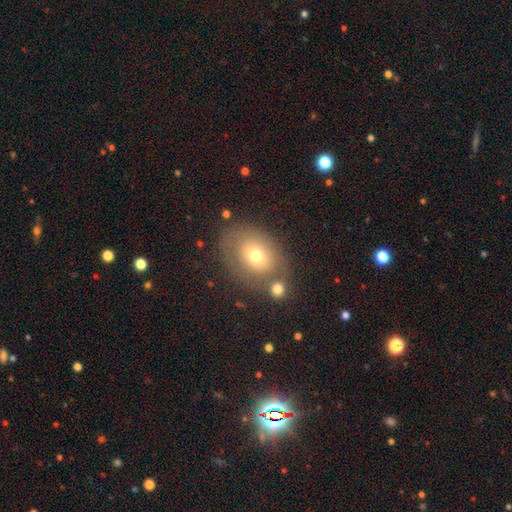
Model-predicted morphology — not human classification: Q: Smooth or featured?
A: smooth (62%); runner-up: featured or disk (27%)
Q: How rounded?
A: in between (61%); runner-up: round (38%)
Q: Merging?
A: none (60%); runner-up: minor disturbance (18%)